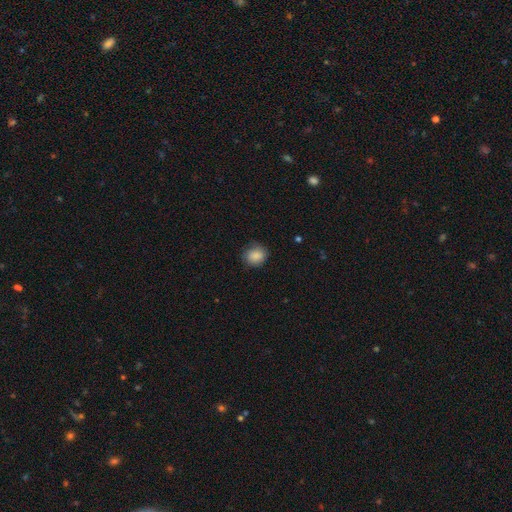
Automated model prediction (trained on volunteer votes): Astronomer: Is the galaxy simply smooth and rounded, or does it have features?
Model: smooth — 87%.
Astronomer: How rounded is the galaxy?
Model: round — 74%.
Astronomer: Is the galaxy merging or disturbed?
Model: none — 76%.